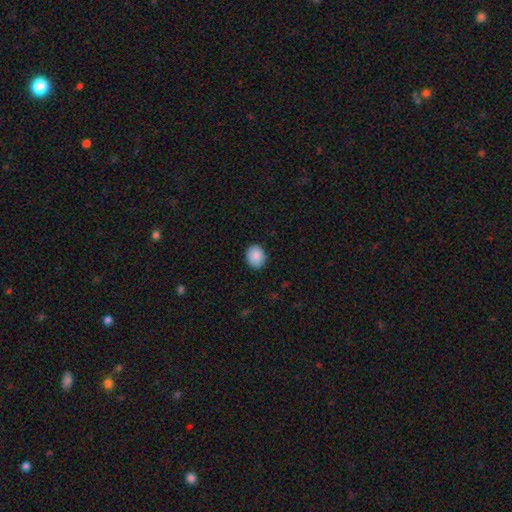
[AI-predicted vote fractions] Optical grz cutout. It shows a smooth galaxy with no disk features (89%) that is round (57%). Merging: none (87%).